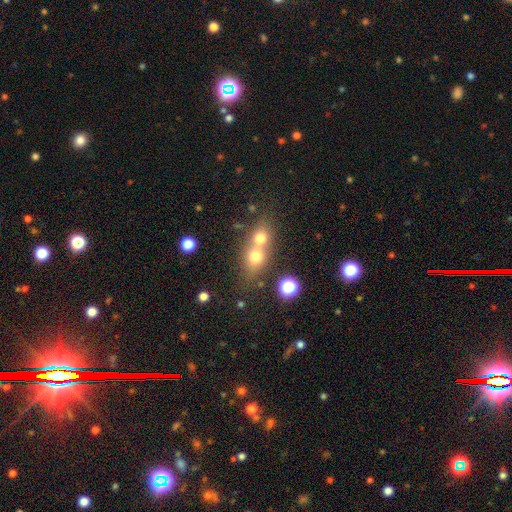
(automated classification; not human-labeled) Smooth or featured? Predicted: smooth (p=0.66). How rounded? Predicted: round (p=0.55). Merging? Predicted: merger (p=0.66).